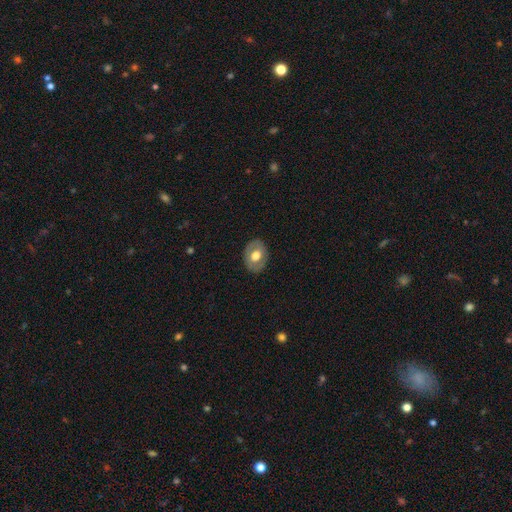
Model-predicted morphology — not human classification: The model was most divided on "smooth or featured": smooth: 58%, featured or disk: 36%, star or artifact: 6%. More confident: merging — none (84%); how rounded — in between (68%).